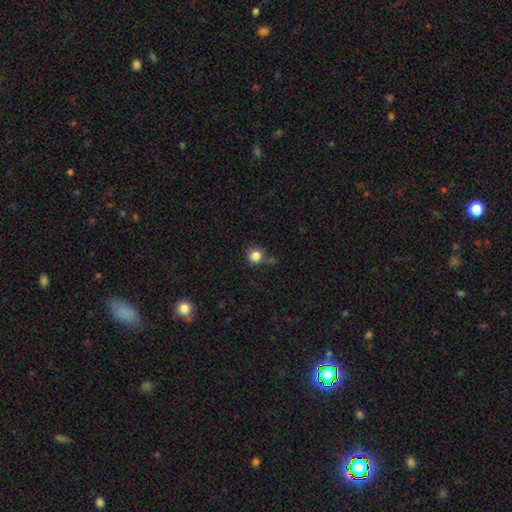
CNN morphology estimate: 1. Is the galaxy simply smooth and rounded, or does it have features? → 83% smooth, 11% star or artifact, 5% featured or disk.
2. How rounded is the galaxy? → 89% round, 10% in between, 1% cigar-shaped.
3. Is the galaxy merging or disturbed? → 67% none, 18% minor disturbance, 9% merger, 6% major disturbance.